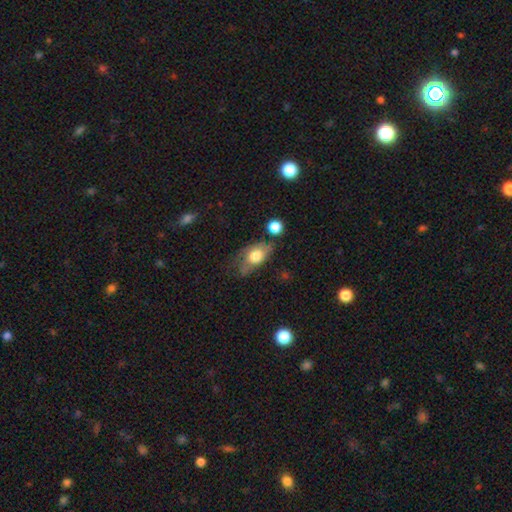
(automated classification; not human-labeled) A smooth galaxy with no disk features (64%) that is in between round and cigar-shaped (82%).

Vote fractions:
- Smooth or featured? smooth: 64% / featured or disk: 27% / star or artifact: 9%
- How rounded? in between: 82% / round: 13% / cigar-shaped: 5%
- Merging? none: 38% / minor disturbance: 32% / major disturbance: 22% / merger: 7%